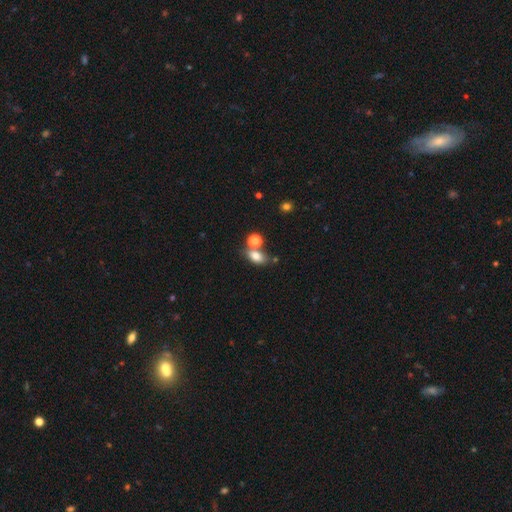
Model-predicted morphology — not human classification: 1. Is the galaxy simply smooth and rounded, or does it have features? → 77% smooth, 12% star or artifact, 11% featured or disk.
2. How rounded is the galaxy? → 80% in between, 16% round, 3% cigar-shaped.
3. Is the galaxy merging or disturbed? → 53% none, 28% merger, 14% minor disturbance, 5% major disturbance.